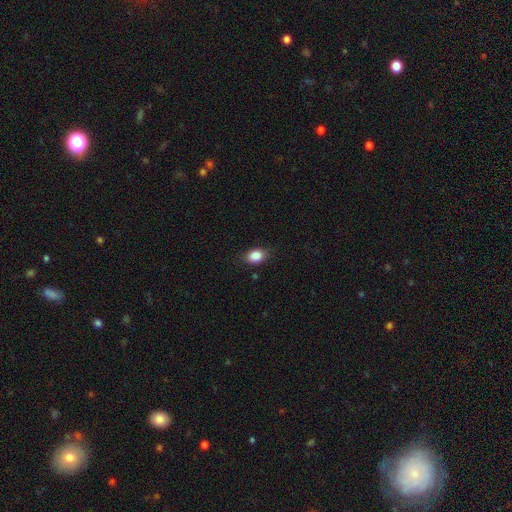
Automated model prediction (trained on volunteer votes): Smooth or featured? smooth (87%)
How rounded? in between (76%)
Merging? none (82%)